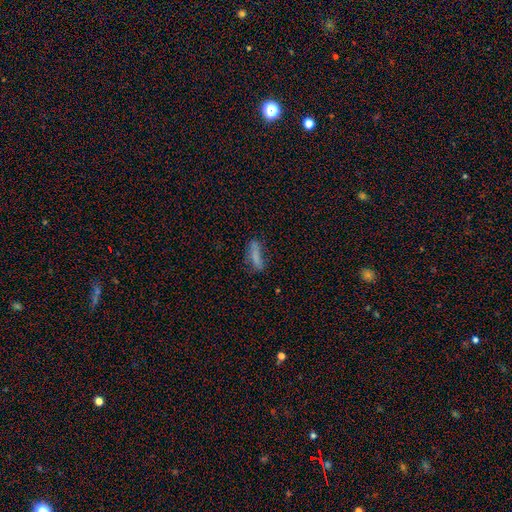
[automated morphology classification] Overall: smooth (74%). How rounded: cigar-shaped (57%; in between 41%). Merging: none (60%; minor disturbance 25%).